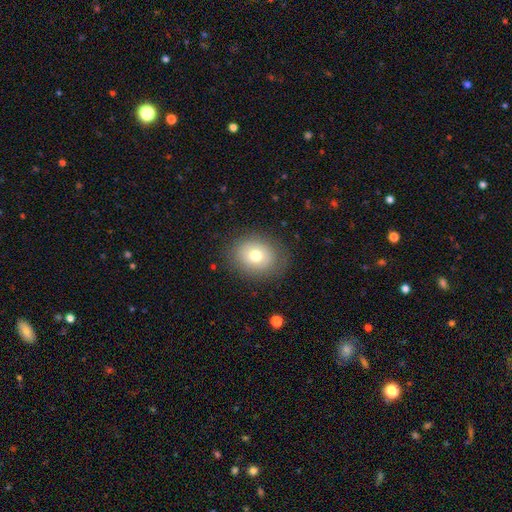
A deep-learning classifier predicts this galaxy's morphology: Smooth or featured? smooth (73%)
How rounded? round (54%)
Merging? none (82%)